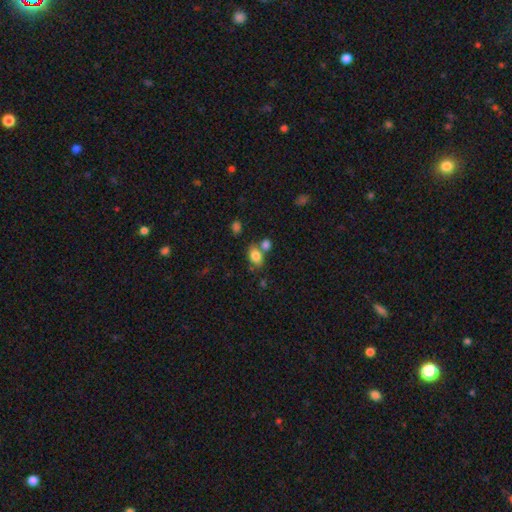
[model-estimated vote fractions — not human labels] The model was most divided on "merging": none: 54%, merger: 28%, minor disturbance: 14%, major disturbance: 5%. More confident: smooth or featured — smooth (81%); how rounded — in between (76%).